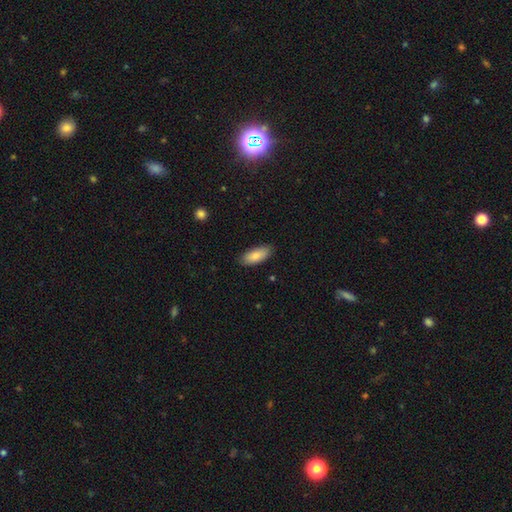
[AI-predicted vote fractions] A smooth galaxy with no disk features (85%) that is in between round and cigar-shaped (83%).

Vote fractions:
- Smooth or featured? smooth: 85% / featured or disk: 9% / star or artifact: 6%
- How rounded? in between: 83% / cigar-shaped: 15% / round: 2%
- Merging? none: 86% / minor disturbance: 11% / major disturbance: 2% / merger: 1%